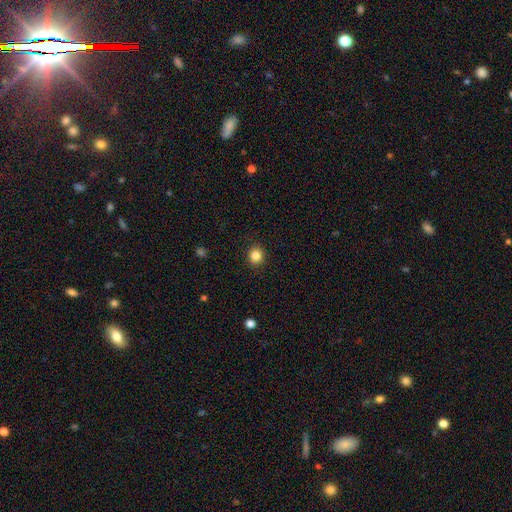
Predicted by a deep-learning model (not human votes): smooth 85%, star or artifact 11%, featured or disk 4%. Down the decision tree: how rounded — round (82%); merging — none (91%).